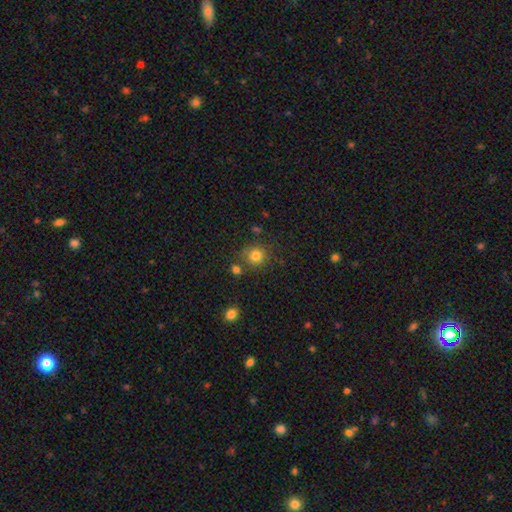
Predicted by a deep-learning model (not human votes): A smooth galaxy with no disk features (80%) that is round (89%).

Vote fractions:
- Smooth or featured? smooth: 80% / star or artifact: 13% / featured or disk: 7%
- How rounded? round: 89% / in between: 10% / cigar-shaped: 1%
- Merging? none: 75% / minor disturbance: 11% / merger: 10% / major disturbance: 4%